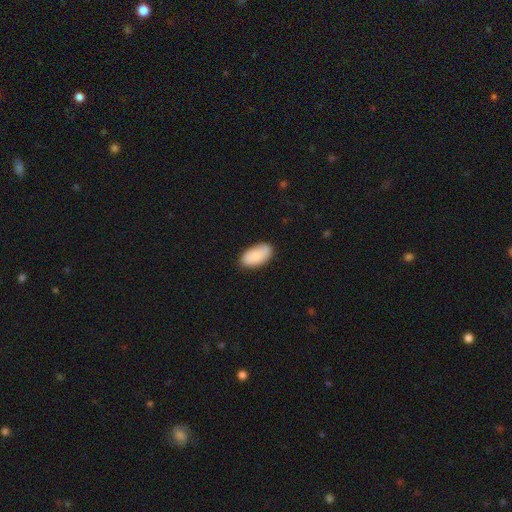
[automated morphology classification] Overall: smooth (85%). How rounded: in between (95%). Merging: none (81%).